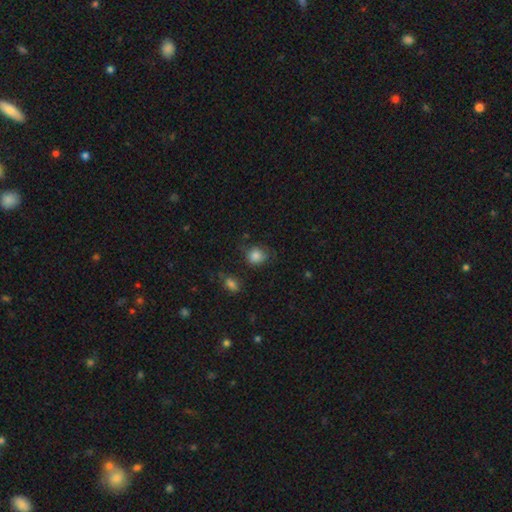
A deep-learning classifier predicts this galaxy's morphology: A smooth galaxy with no disk features (83%) that is round (75%).

Vote fractions:
- Smooth or featured? smooth: 83% / star or artifact: 10% / featured or disk: 7%
- How rounded? round: 75% / in between: 24% / cigar-shaped: 1%
- Merging? none: 64% / minor disturbance: 24% / major disturbance: 8% / merger: 3%